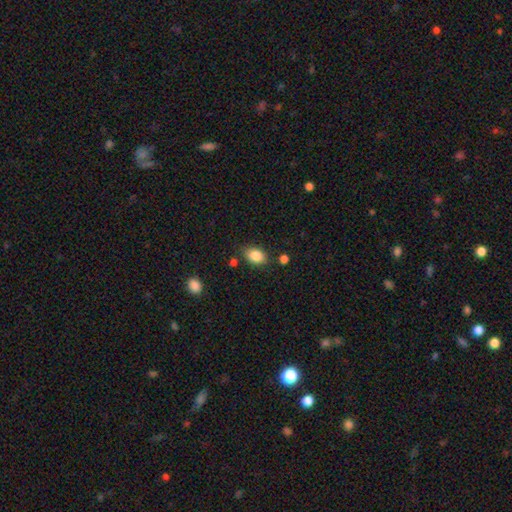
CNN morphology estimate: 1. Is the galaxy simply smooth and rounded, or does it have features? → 86% smooth, 8% star or artifact, 6% featured or disk.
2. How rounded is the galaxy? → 82% in between, 16% round, 1% cigar-shaped.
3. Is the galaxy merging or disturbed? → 79% none, 14% minor disturbance, 4% merger, 3% major disturbance.